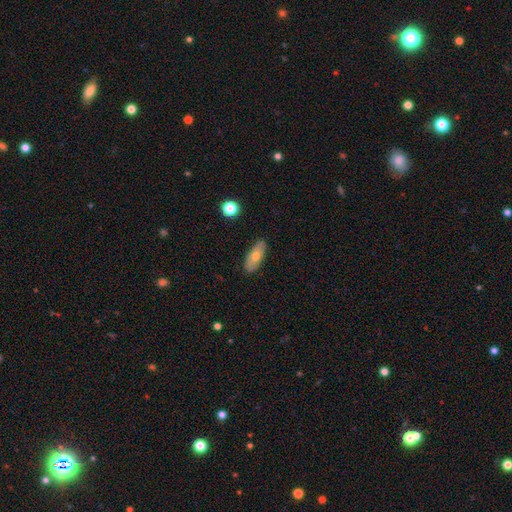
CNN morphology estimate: smooth-or-featured: smooth: 67% | featured or disk: 26% | star or artifact: 7%
  how-rounded: in between: 79% | cigar-shaped: 17% | round: 4%
  merging: none: 84% | minor disturbance: 12% | major disturbance: 2% | merger: 1%